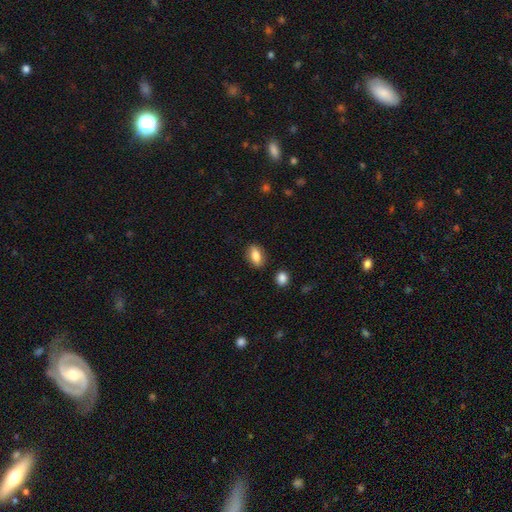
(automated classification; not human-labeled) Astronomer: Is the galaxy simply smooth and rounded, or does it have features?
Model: smooth — 81%.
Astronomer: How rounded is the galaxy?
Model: in between — 84%.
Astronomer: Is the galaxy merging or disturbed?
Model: none — 85%.